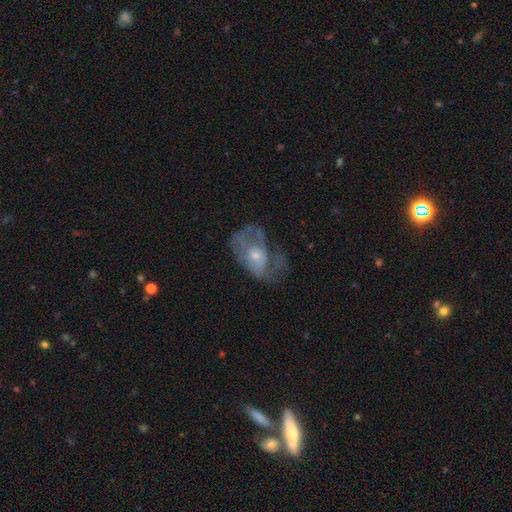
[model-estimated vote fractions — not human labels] Smooth or featured? Predicted: featured or disk (p=0.64). Edge-on disk? Predicted: no (p=0.96). Bar? Predicted: no (p=0.80). Spiral arms? Predicted: yes (p=0.57). Bulge size? Predicted: small (p=0.53). Merging? Predicted: none (p=0.41).